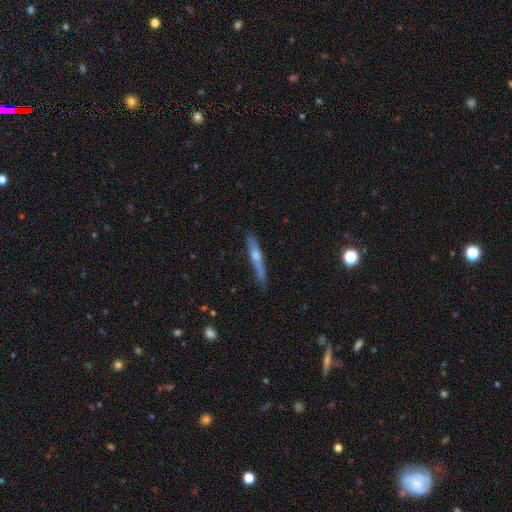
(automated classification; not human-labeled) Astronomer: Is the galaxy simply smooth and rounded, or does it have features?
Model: featured or disk — 61%.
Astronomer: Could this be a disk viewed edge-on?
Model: yes — 95%.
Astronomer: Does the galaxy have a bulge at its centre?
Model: rounded — 81%.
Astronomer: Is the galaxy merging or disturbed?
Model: none — 79%.